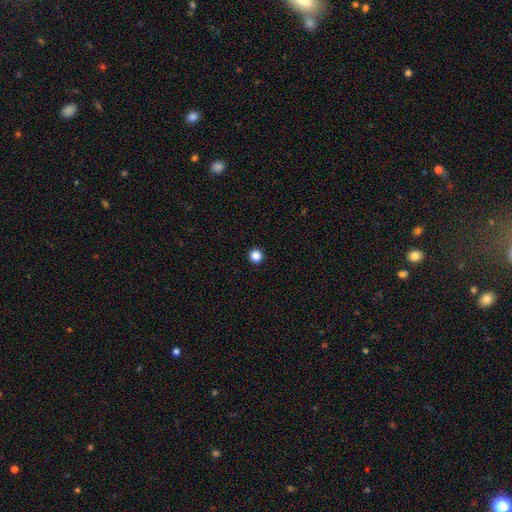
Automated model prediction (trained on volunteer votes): Smooth or featured? Predicted: smooth (p=0.86). How rounded? Predicted: round (p=0.96). Merging? Predicted: none (p=0.94).